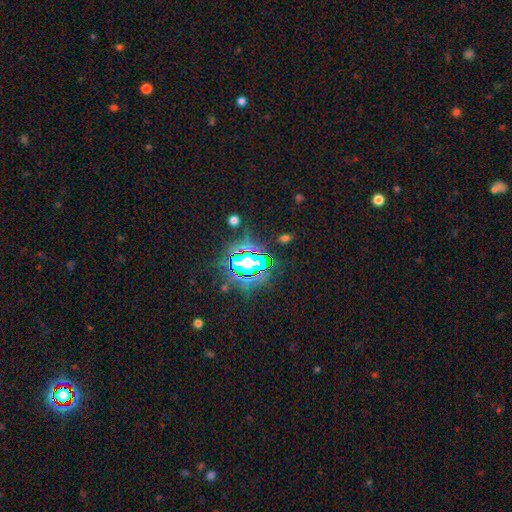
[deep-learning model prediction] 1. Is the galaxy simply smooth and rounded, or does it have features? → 81% star or artifact, 11% smooth, 8% featured or disk.